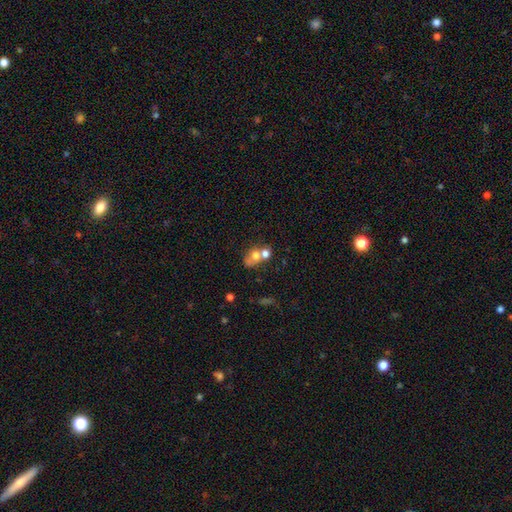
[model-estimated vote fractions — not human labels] Morphology: type=smooth (61%); roundness=round (54%); merging=merger (58%).